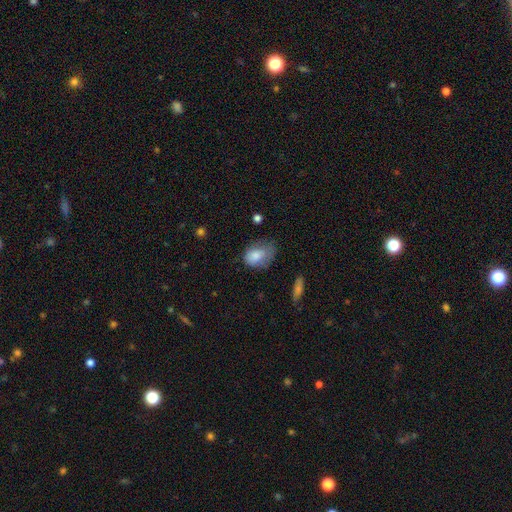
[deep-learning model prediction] Smooth or featured? Predicted: smooth (p=0.79). How rounded? Predicted: in between (p=0.77). Merging? Predicted: minor disturbance (p=0.38, tied with none).